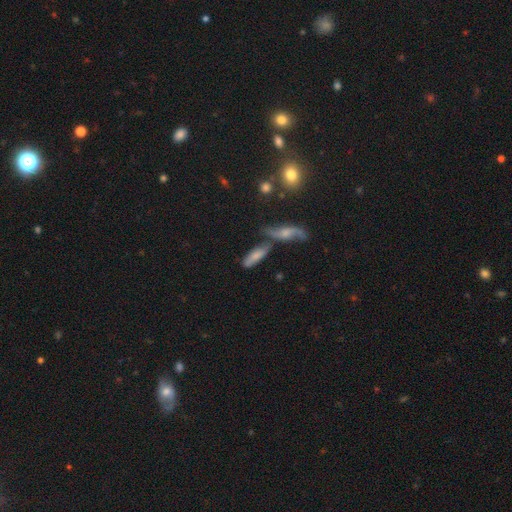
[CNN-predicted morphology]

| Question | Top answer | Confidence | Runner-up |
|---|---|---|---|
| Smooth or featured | smooth | 65% | featured or disk (26%) |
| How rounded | in between | 57% | cigar-shaped (40%) |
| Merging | none | 44% | merger (33%) |